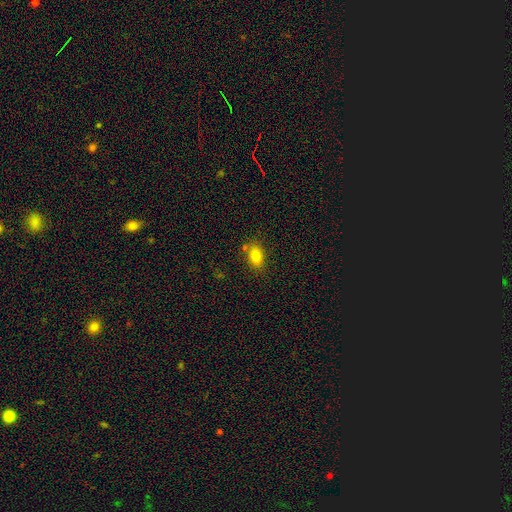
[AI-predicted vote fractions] This is clearly a smooth galaxy (82%). How rounded: clearly in between (85%). Merging: likely none (75%).